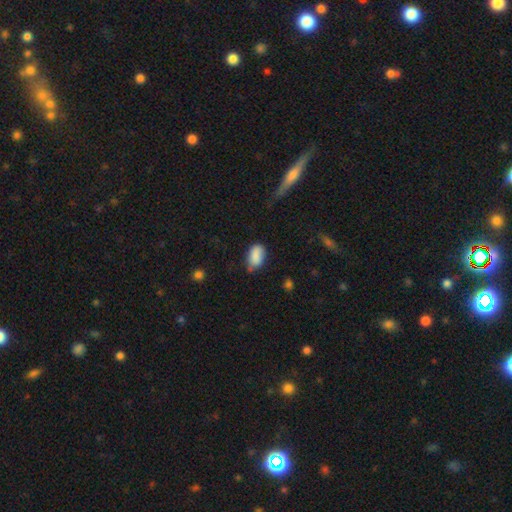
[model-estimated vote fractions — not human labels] Q: Smooth or featured?
A: smooth (85%); runner-up: star or artifact (8%)
Q: How rounded?
A: in between (90%); runner-up: round (8%)
Q: Merging?
A: none (56%); runner-up: minor disturbance (33%)